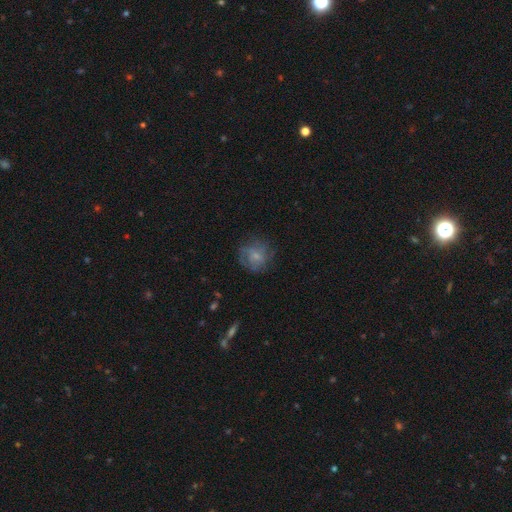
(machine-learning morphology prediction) Smooth or featured? Predicted: smooth (p=0.48). Merging? Predicted: none (p=0.63).